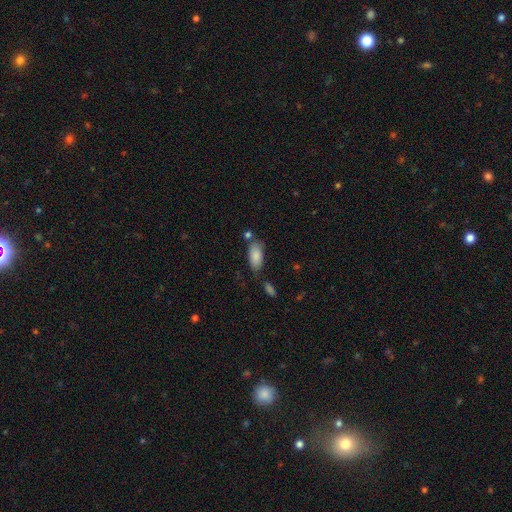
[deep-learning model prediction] Smooth or featured? smooth (86%)
How rounded? in between (90%)
Merging? none (61%)